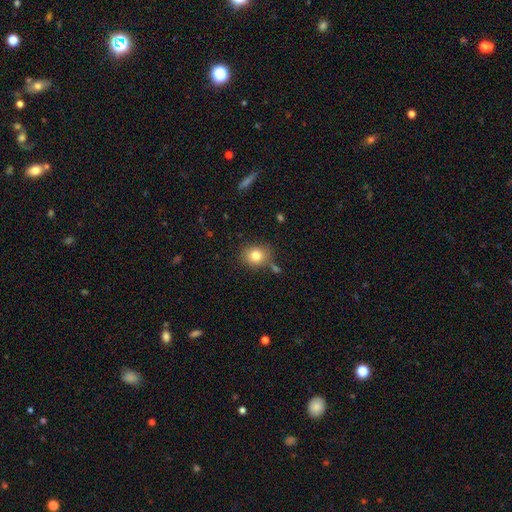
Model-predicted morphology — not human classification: This appears to be a smooth galaxy with no disk features (80%) that is round (68%). Merging: none (77%).